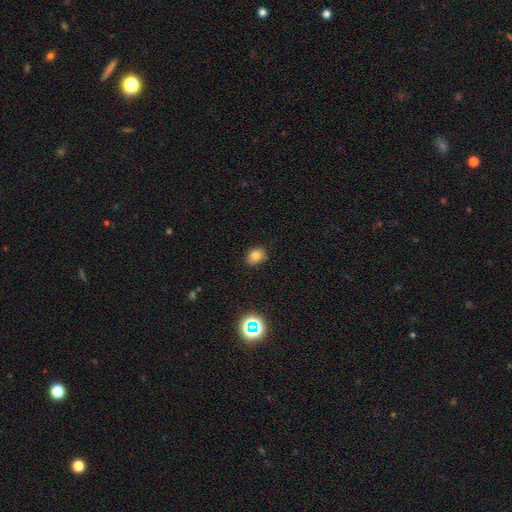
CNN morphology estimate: Smooth or featured?
  - smooth: 77% *
  - star or artifact: 14%
  - featured or disk: 8%
How rounded?
  - in between: 60% *
  - round: 38%
  - cigar-shaped: 1%
Merging?
  - none: 79% *
  - minor disturbance: 16%
  - major disturbance: 3%
  - merger: 1%